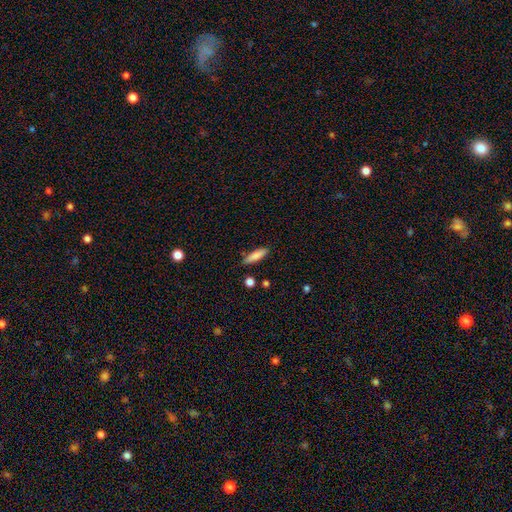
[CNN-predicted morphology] smooth_or_featured: smooth (p=0.82) [alt: featured or disk p=0.11]
how_rounded: cigar-shaped (p=0.67) [alt: in between p=0.31]
merging: none (p=0.85) [alt: minor disturbance p=0.10]